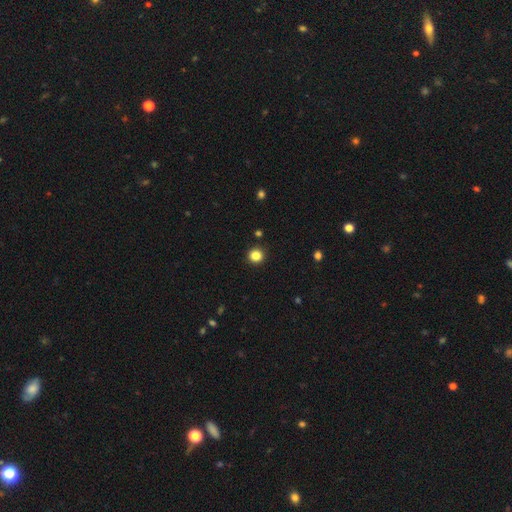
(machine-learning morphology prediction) This is clearly a smooth galaxy (85%). How rounded: clearly round (94%). Merging: clearly none (93%).